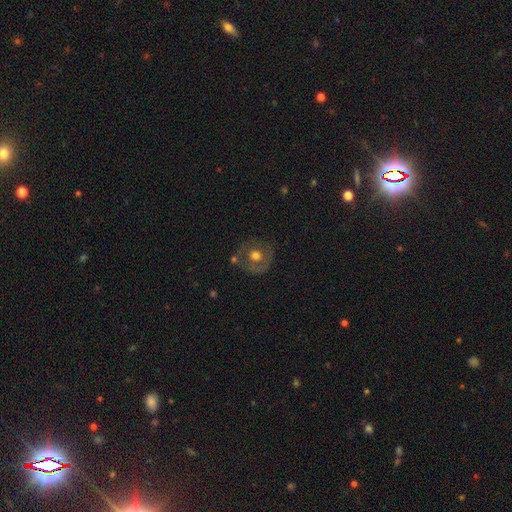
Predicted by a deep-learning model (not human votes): smooth_or_featured: smooth (p=0.46) [alt: featured or disk p=0.45]
merging: none (p=0.70) [alt: minor disturbance p=0.16]